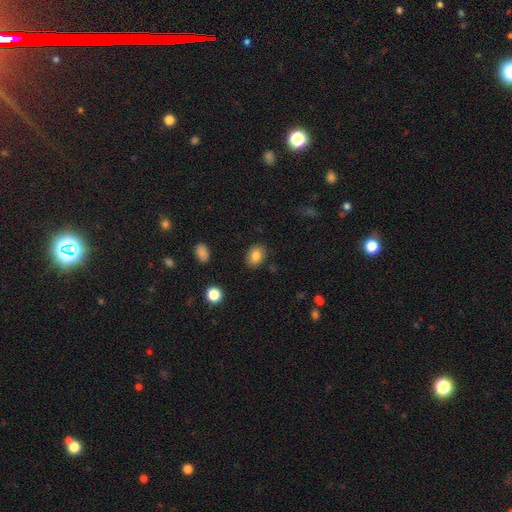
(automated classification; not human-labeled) smooth_or_featured: smooth (p=0.82) [alt: star or artifact p=0.09]
how_rounded: in between (p=0.69) [alt: round p=0.30]
merging: none (p=0.85) [alt: minor disturbance p=0.10]